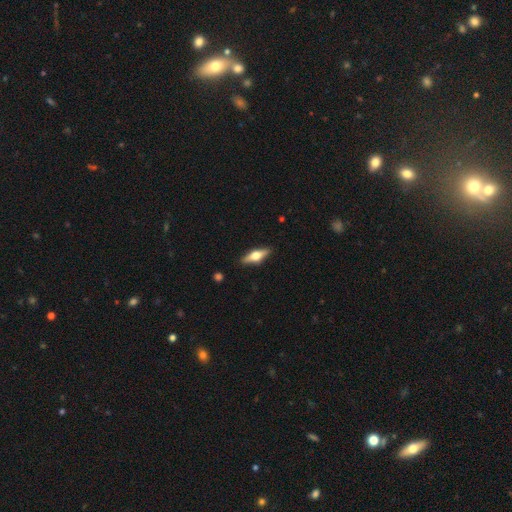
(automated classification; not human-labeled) Q: Smooth or featured?
A: featured or disk (52%); runner-up: smooth (42%)
Q: Edge-on disk?
A: yes (92%); runner-up: no (8%)
Q: Merging?
A: none (89%); runner-up: minor disturbance (8%)